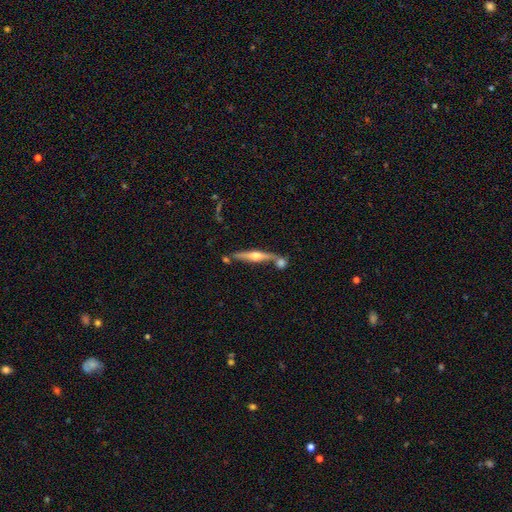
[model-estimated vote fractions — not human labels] Smooth or featured?
  - featured or disk: 74% *
  - smooth: 20%
  - star or artifact: 6%
Edge-on disk?
  - yes: 97% *
  - no: 3%
Edge-on bulge?
  - rounded: 92% *
  - boxy: 4%
  - none: 4%
Merging?
  - none: 68% *
  - merger: 19%
  - minor disturbance: 10%
  - major disturbance: 3%